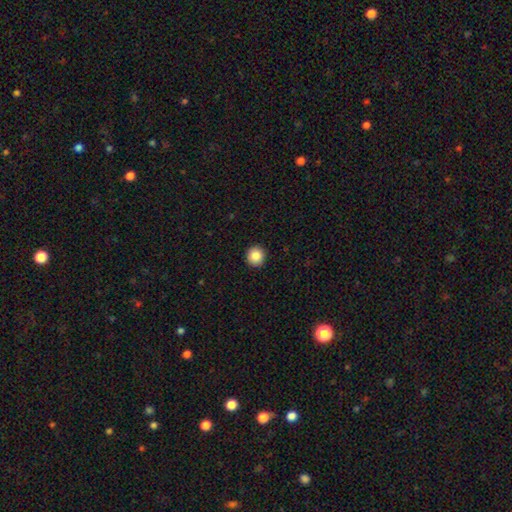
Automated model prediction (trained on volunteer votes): smooth 87%, star or artifact 9%, featured or disk 5%. Down the decision tree: how rounded — round (94%); merging — none (93%).